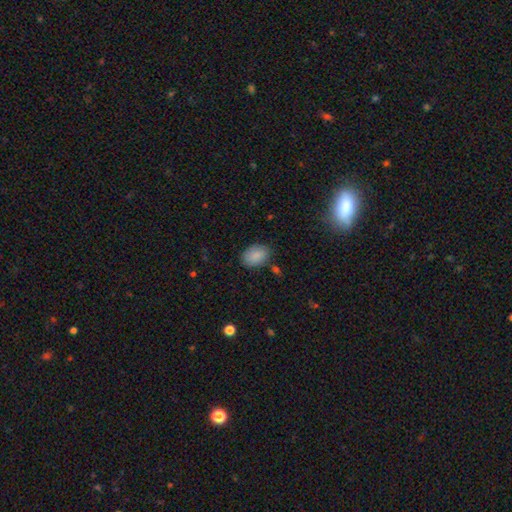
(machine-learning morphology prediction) smooth-or-featured: smooth: 88% | star or artifact: 7% | featured or disk: 5%
  how-rounded: in between: 86% | round: 13% | cigar-shaped: 1%
  merging: none: 79% | minor disturbance: 14% | major disturbance: 4% | merger: 3%